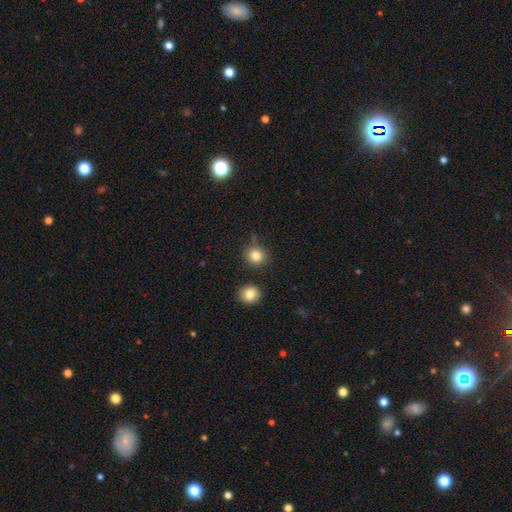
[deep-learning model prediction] Overall: smooth (83%). How rounded: round (86%). Merging: none (80%).